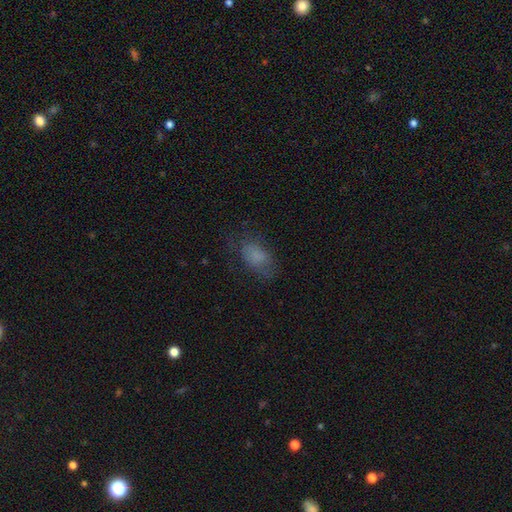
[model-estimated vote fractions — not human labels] Overall: smooth (74%). How rounded: in between (88%). Merging: none (60%; minor disturbance 23%).